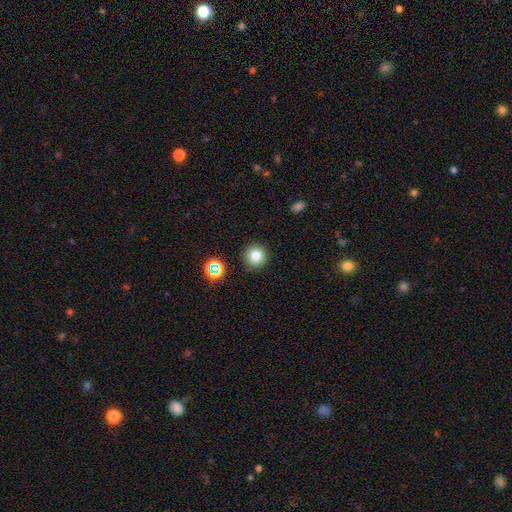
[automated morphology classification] Smooth or featured? smooth (79%)
How rounded? round (94%)
Merging? none (90%)